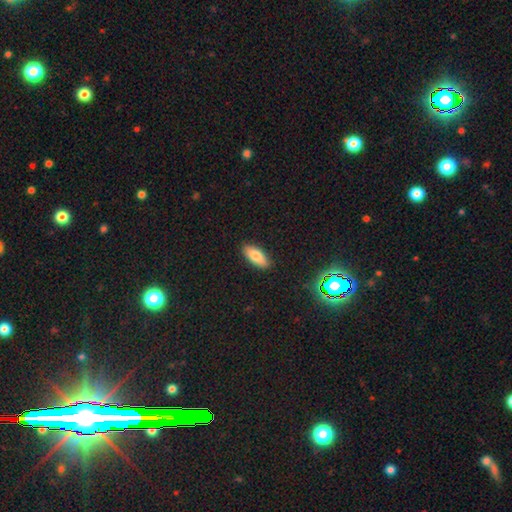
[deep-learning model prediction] Smooth or featured? Predicted: smooth (p=0.79). How rounded? Predicted: in between (p=0.80). Merging? Predicted: none (p=0.89).